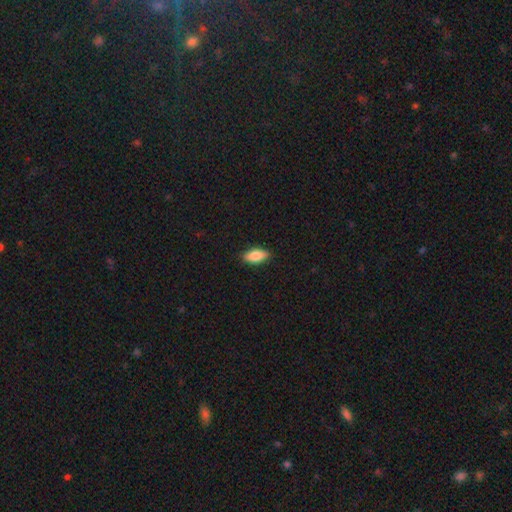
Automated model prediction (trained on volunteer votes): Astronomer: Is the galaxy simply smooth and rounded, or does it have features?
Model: smooth — 83%.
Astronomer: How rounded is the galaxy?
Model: in between — 85%.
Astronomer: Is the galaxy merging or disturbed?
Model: none — 88%.